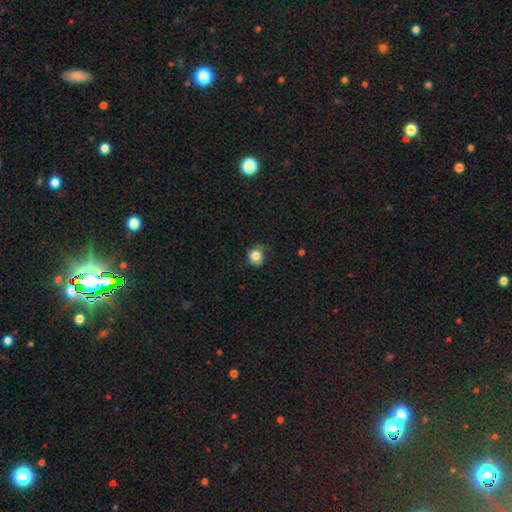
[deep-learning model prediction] Smooth or featured: smooth — 83% (star or artifact — 9%)
How rounded: round — 77% (in between — 22%)
Merging: none — 59% (minor disturbance — 30%)